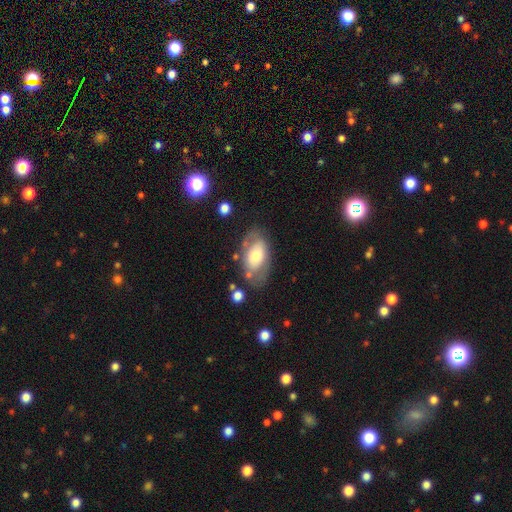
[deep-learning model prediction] This is possibly a smooth galaxy (53%). How rounded: clearly in between (91%). Merging: likely none (65%).